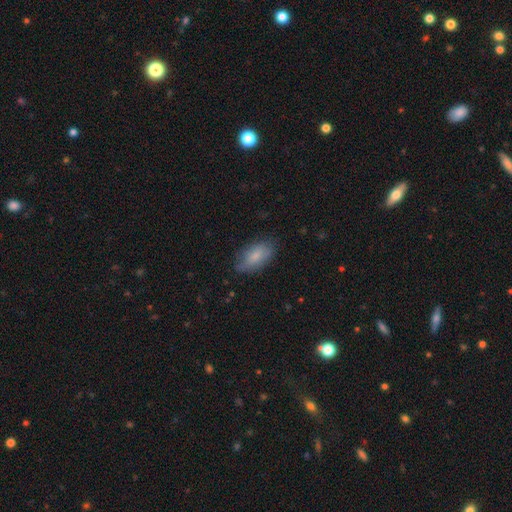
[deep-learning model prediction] smooth_or_featured: smooth (p=0.77) [alt: featured or disk p=0.16]
how_rounded: in between (p=0.90) [alt: cigar-shaped p=0.07]
merging: none (p=0.74) [alt: minor disturbance p=0.20]